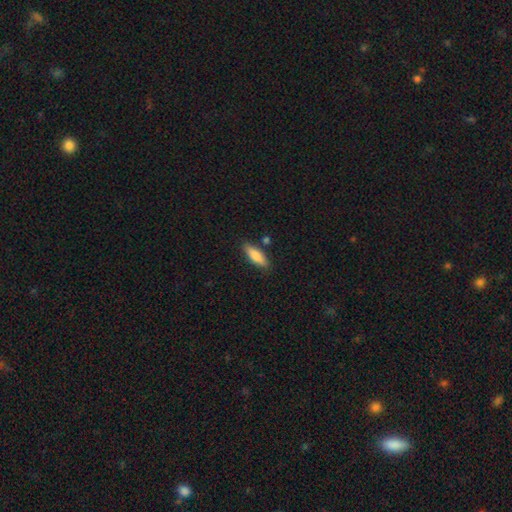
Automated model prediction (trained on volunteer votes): smooth 81%, featured or disk 12%, star or artifact 6%. Down the decision tree: how rounded — in between (58%); merging — none (81%).